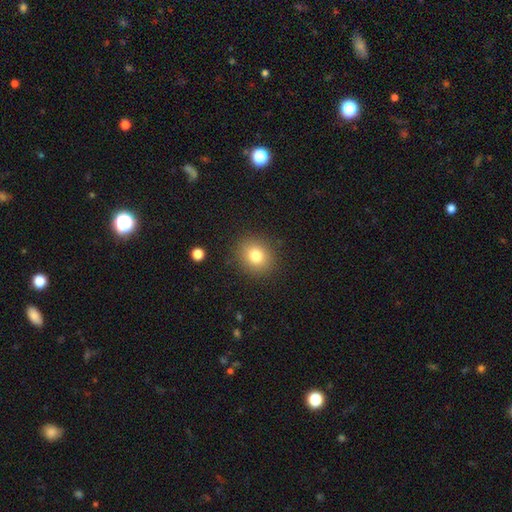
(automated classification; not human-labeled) Smooth or featured? Predicted: smooth (p=0.80). How rounded? Predicted: round (p=0.73). Merging? Predicted: none (p=0.88).